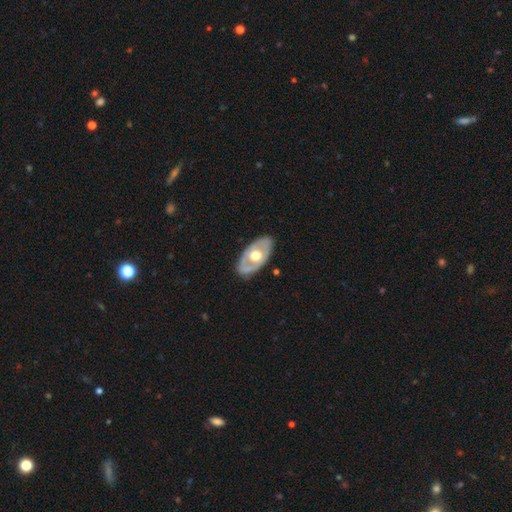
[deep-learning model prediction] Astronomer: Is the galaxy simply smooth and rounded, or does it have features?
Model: featured or disk — 60% (runner-up: smooth, 36%).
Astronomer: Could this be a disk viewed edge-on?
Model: no — 84%.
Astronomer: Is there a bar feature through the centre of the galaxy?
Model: no — 89%.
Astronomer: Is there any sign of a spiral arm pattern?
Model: no — 85%.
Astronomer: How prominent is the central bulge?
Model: moderate — 66%.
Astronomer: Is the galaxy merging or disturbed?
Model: none — 82%.